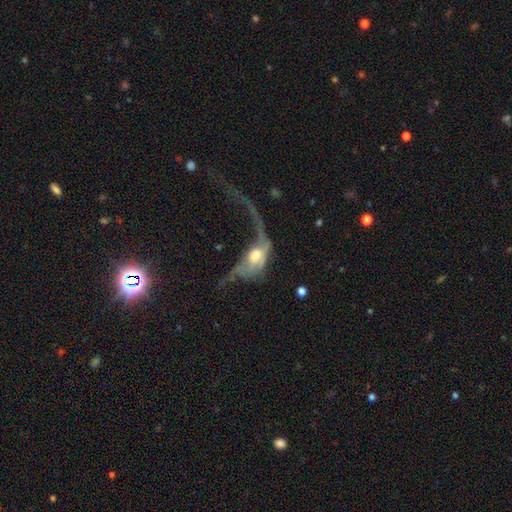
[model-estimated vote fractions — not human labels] Morphology: type=featured or disk (59%); edge-on=no (84%); merging=major disturbance (67%).